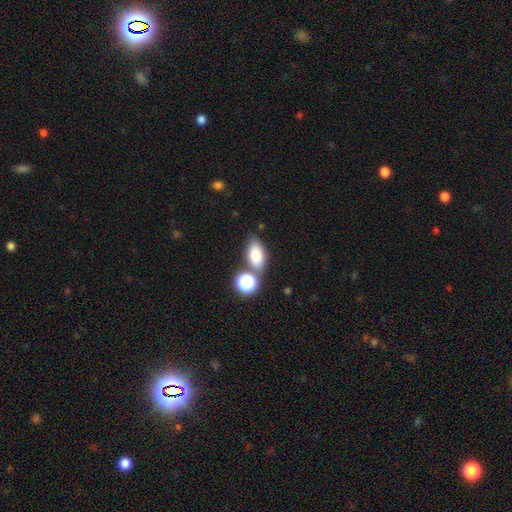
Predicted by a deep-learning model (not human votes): Overall: smooth (79%). How rounded: in between (86%). Merging: none (66%).